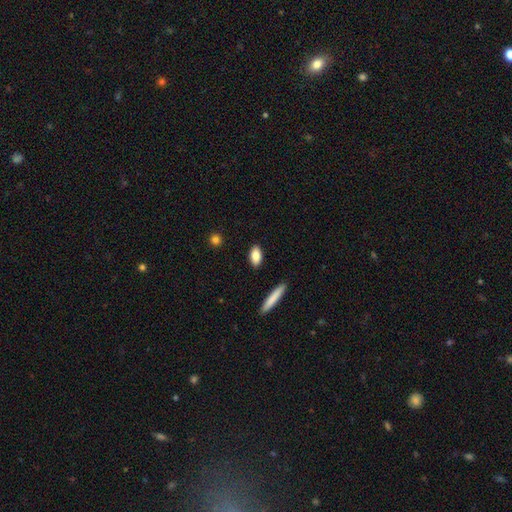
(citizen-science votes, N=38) smooth-or-featured: smooth: 89% | featured or disk: 5% | star or artifact: 5%
  how-rounded: in between: 85% | cigar-shaped: 12% | round: 3%
  merging: none: 89% | minor disturbance: 8% | major disturbance: 3% | merger: 0%